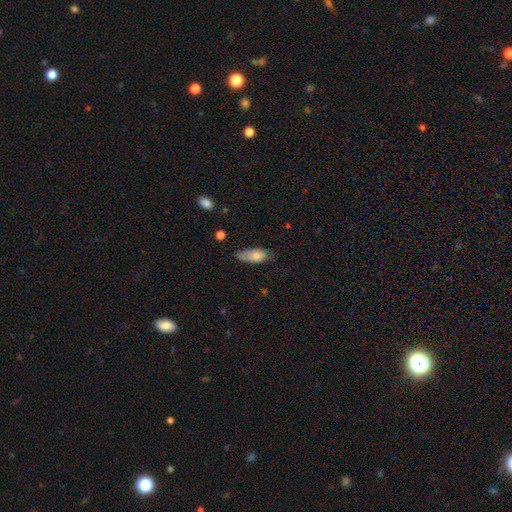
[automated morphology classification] smooth-or-featured: smooth: 79% | featured or disk: 14% | star or artifact: 7%
  how-rounded: in between: 81% | cigar-shaped: 16% | round: 3%
  merging: none: 48% | minor disturbance: 37% | major disturbance: 13% | merger: 2%